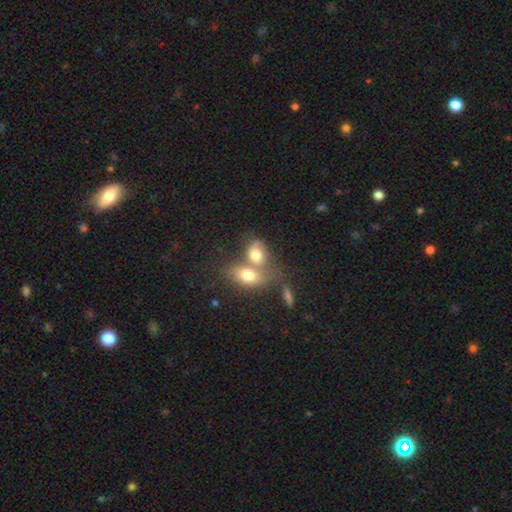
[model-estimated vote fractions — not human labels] smooth 72%, featured or disk 18%, star or artifact 10%. Down the decision tree: how rounded — in between (75%); merging — merger (64%).